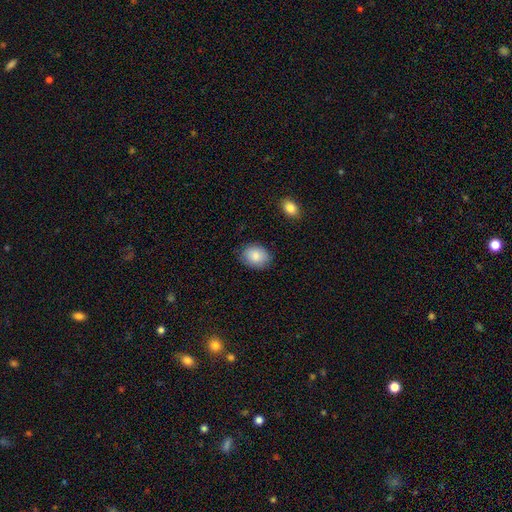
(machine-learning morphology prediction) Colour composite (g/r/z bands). It shows a smooth galaxy with no disk features (87%) that is in between round and cigar-shaped (55%). Merging: none (83%).